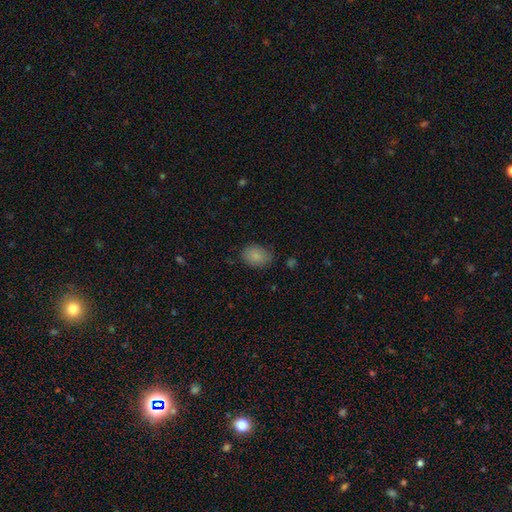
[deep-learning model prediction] Smooth or featured? Predicted: smooth (p=0.84). How rounded? Predicted: in between (p=0.72). Merging? Predicted: none (p=0.71).